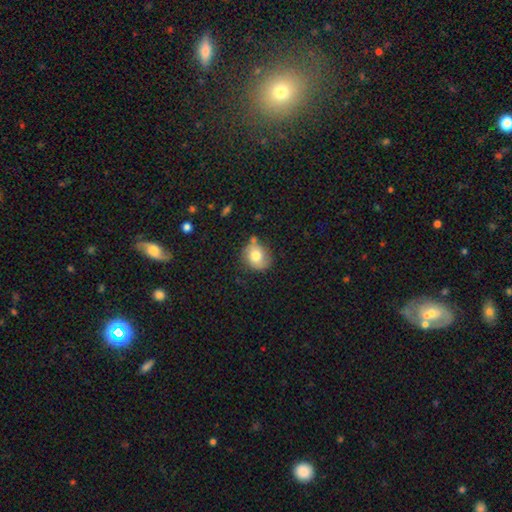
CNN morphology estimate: A smooth galaxy with no disk features (72%) that is round (67%).

Vote fractions:
- Smooth or featured? smooth: 72% / featured or disk: 19% / star or artifact: 9%
- How rounded? round: 67% / in between: 32% / cigar-shaped: 1%
- Merging? none: 65% / minor disturbance: 23% / merger: 6% / major disturbance: 5%